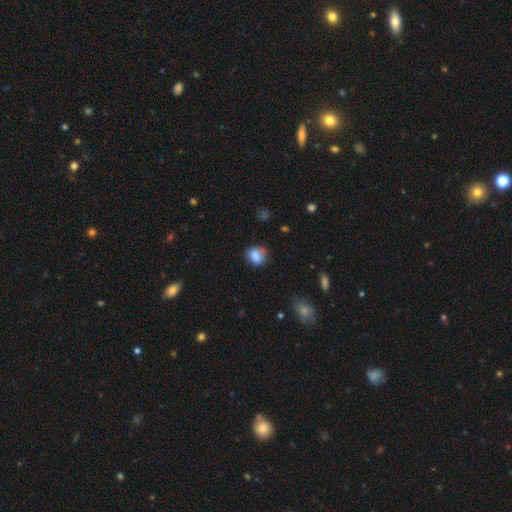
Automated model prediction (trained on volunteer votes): Smooth or featured? smooth (83%)
How rounded? round (59%)
Merging? none (62%)